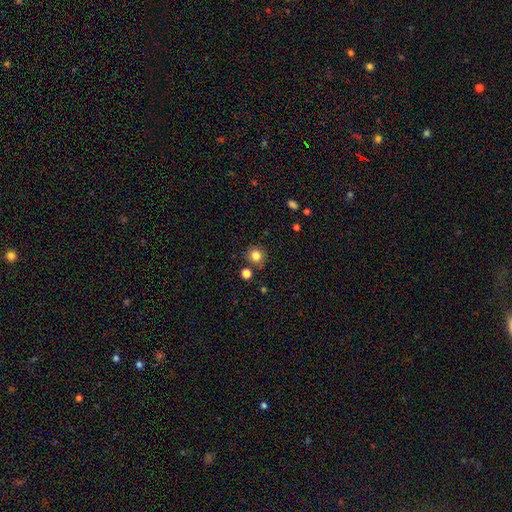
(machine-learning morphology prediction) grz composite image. It shows a smooth galaxy with no disk features (82%) that is round (90%). Merging: none (80%).